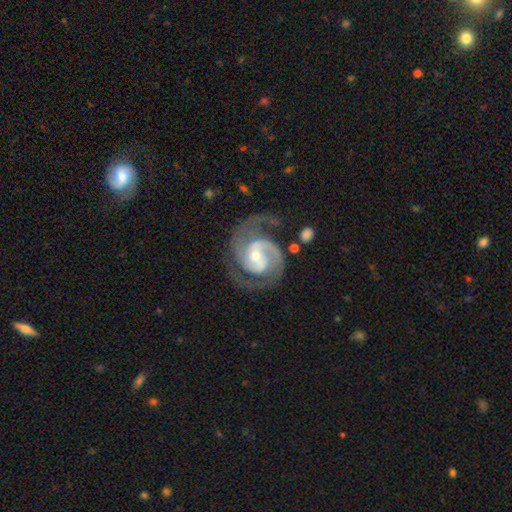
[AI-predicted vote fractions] Overall: featured or disk (93%). Edge-on disk: no (98%). Bar: no (44%; weak 39%). Spiral arms: yes (98%). Spiral arm count: 2 (87%). Spiral winding: medium (50%; tight 40%). Bulge size: small (54%; moderate 40%). Merging: none (70%).